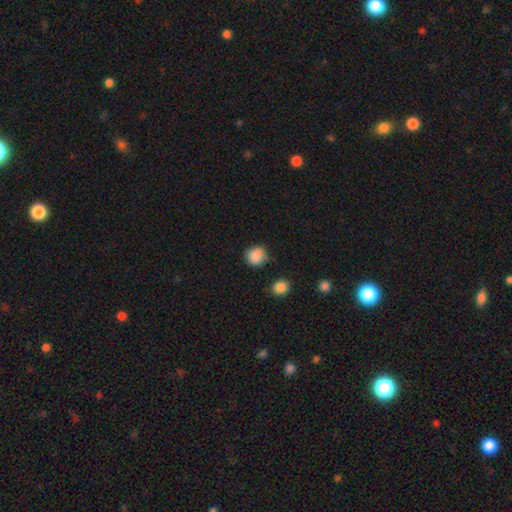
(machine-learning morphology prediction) Smooth or featured? smooth (86%)
How rounded? round (82%)
Merging? none (71%)